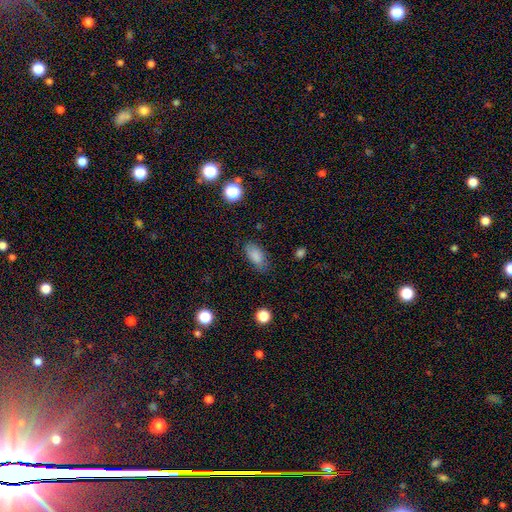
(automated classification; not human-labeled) This is clearly a smooth galaxy (84%). How rounded: clearly in between (89%). Merging: likely none (77%).